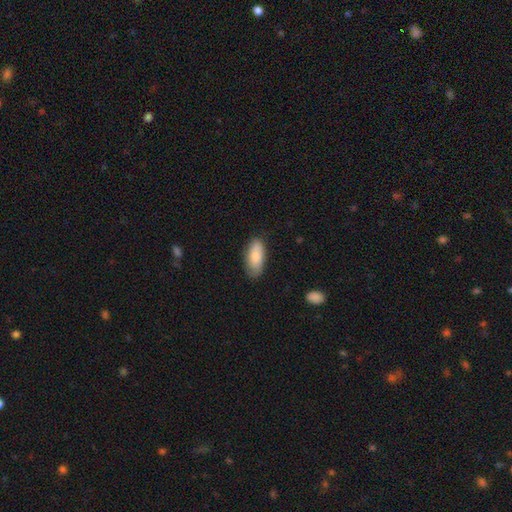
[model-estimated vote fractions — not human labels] smooth 83%, featured or disk 11%, star or artifact 6%. Down the decision tree: how rounded — in between (87%); merging — none (76%).